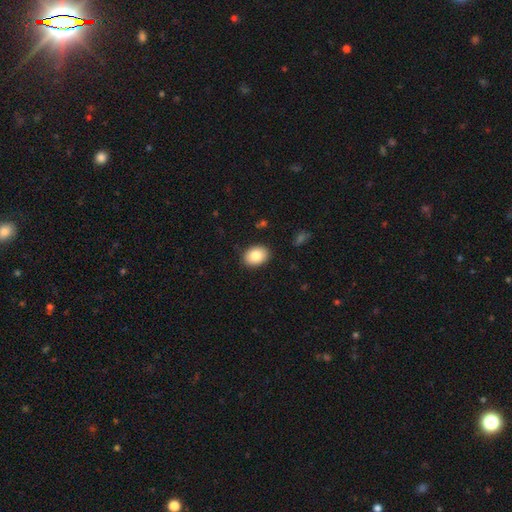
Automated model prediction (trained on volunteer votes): Smooth or featured? Predicted: smooth (p=0.84). How rounded? Predicted: in between (p=0.71). Merging? Predicted: none (p=0.89).